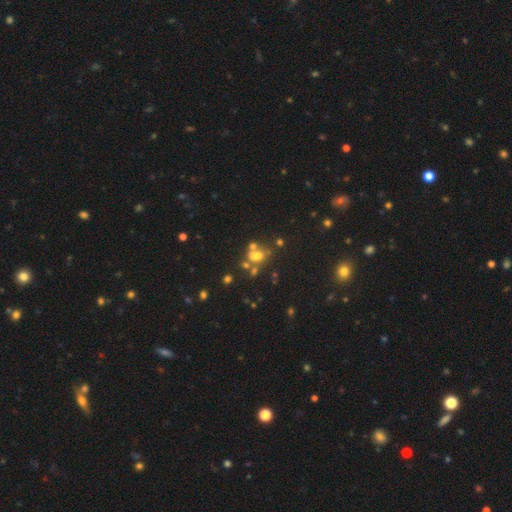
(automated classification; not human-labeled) A smooth galaxy with no disk features (48%).

Vote fractions:
- Smooth or featured? smooth: 48% / star or artifact: 28% / featured or disk: 25%
- Merging? merger: 41% / none: 38% / minor disturbance: 12% / major disturbance: 10%